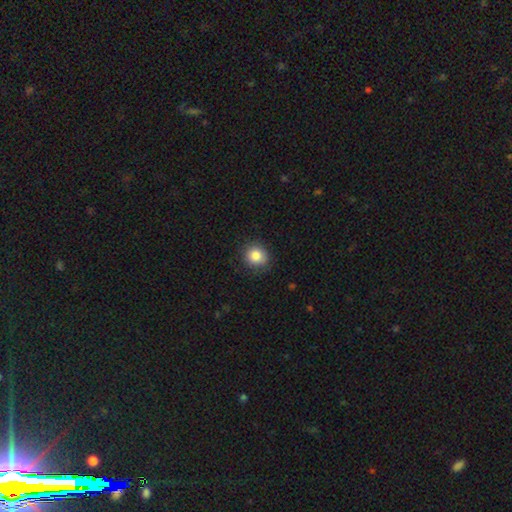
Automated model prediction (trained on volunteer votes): Smooth or featured? Predicted: smooth (p=0.85). How rounded? Predicted: round (p=0.86). Merging? Predicted: none (p=0.87).